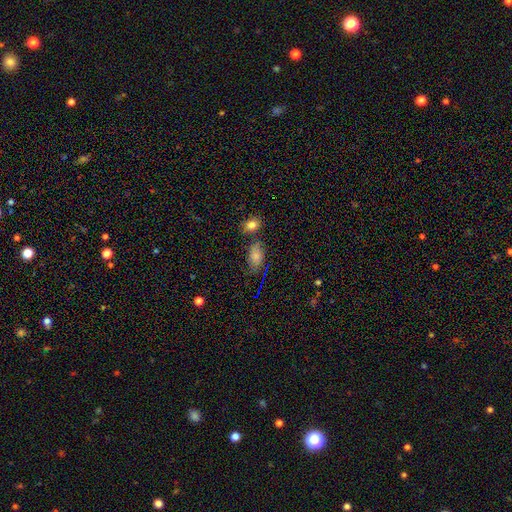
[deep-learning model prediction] smooth_or_featured: smooth (p=0.77) [alt: star or artifact p=0.12]
how_rounded: in between (p=0.89) [alt: round p=0.09]
merging: none (p=0.62) [alt: minor disturbance p=0.21]